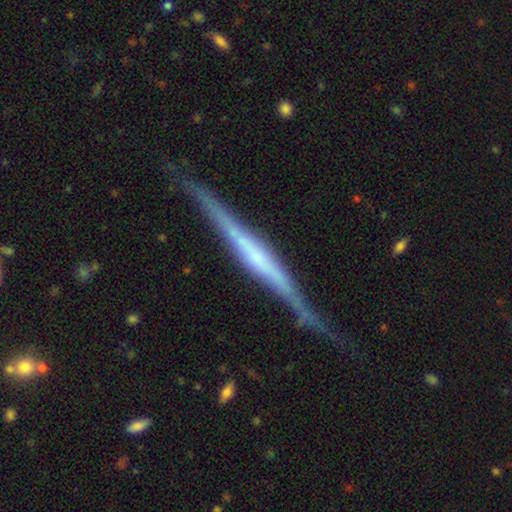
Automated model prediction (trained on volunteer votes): Smooth or featured? Predicted: featured or disk (p=0.80). Edge-on disk? Predicted: yes (p=0.97). Edge-on bulge? Predicted: none (p=0.37). Merging? Predicted: none (p=0.77).